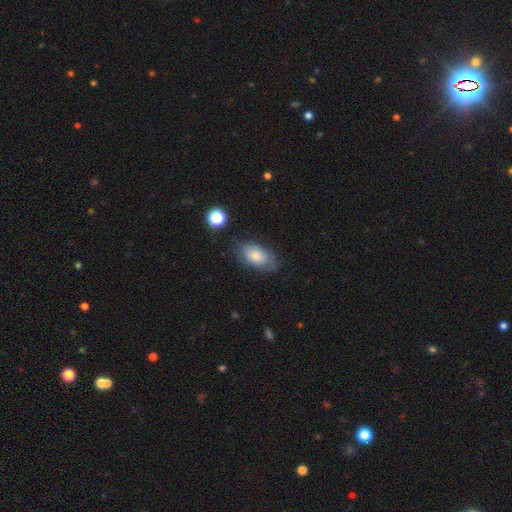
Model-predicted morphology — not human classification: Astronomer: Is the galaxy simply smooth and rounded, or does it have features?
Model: smooth — 75%.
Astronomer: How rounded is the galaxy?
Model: in between — 92%.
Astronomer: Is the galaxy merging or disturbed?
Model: none — 70%.